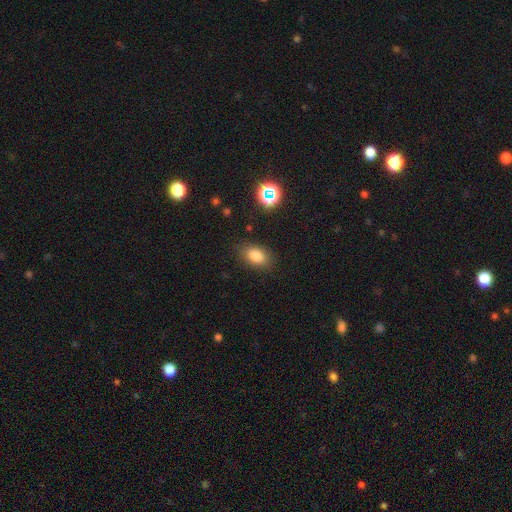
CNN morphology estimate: type=smooth (82%); roundness=in between (85%); merging=none (83%).